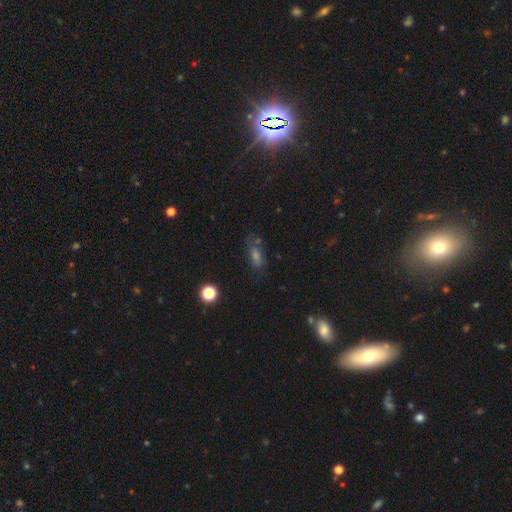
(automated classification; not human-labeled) Smooth or featured: smooth — 50% (star or artifact — 29%)
Merging: none — 61% (minor disturbance — 21%)